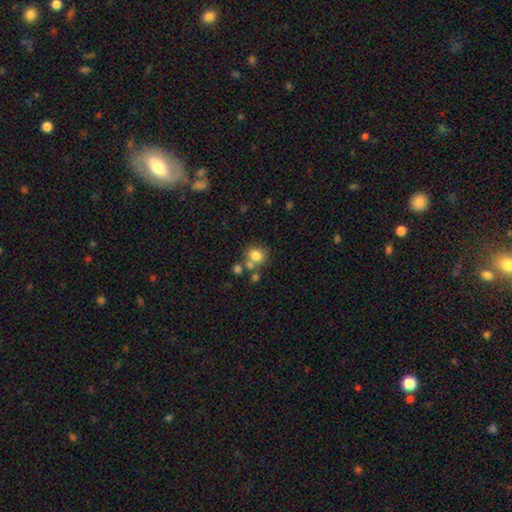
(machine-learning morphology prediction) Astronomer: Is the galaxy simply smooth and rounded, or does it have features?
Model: smooth — 78%.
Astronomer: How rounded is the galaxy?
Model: round — 68%.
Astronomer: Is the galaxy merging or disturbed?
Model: none — 58%.